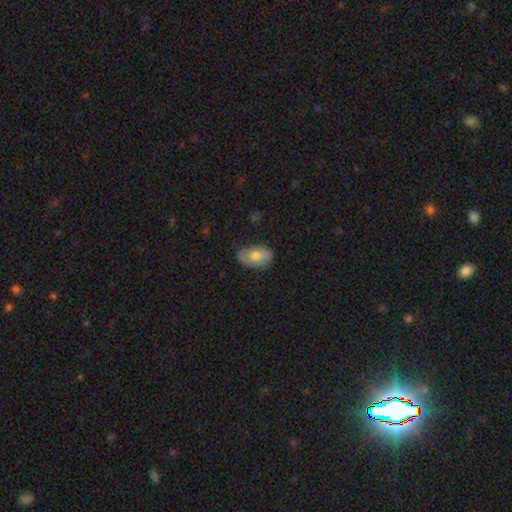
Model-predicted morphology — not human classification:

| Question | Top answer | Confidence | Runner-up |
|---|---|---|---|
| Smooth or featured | smooth | 71% | featured or disk (23%) |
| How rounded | in between | 92% | round (6%) |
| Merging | none | 77% | minor disturbance (19%) |